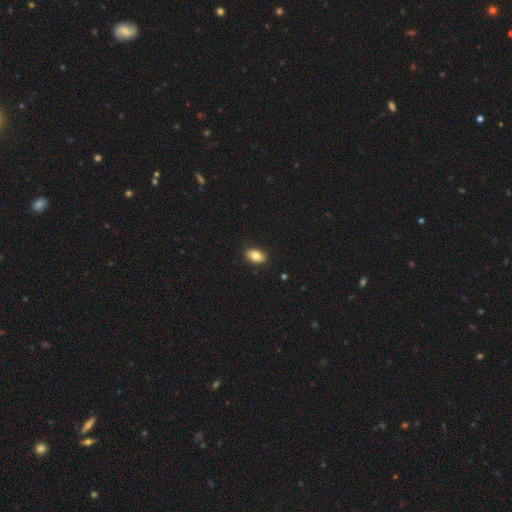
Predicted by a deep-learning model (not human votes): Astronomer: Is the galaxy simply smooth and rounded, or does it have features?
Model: smooth — 82%.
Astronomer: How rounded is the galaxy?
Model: in between — 85%.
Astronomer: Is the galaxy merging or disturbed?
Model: none — 88%.